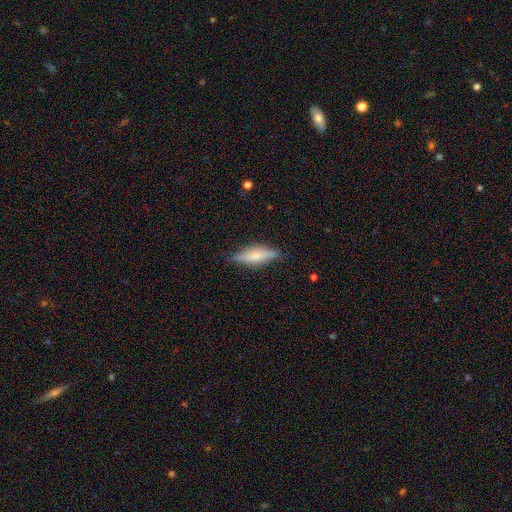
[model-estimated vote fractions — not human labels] smooth 48%, featured or disk 45%, star or artifact 7%. Down the decision tree: merging — none (79%).